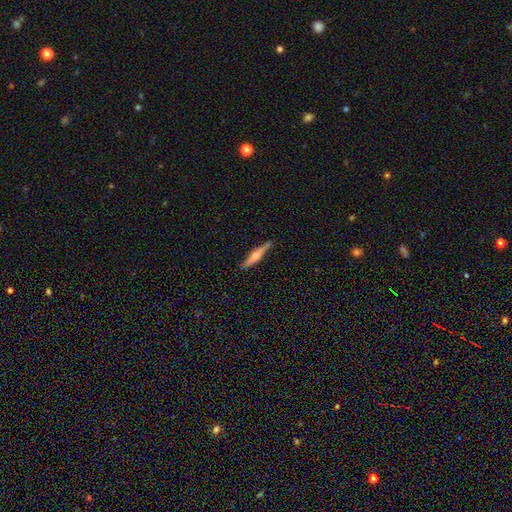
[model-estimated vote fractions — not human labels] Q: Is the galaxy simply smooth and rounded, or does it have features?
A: featured or disk — 47%, tied with smooth.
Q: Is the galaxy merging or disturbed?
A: none — 84%.